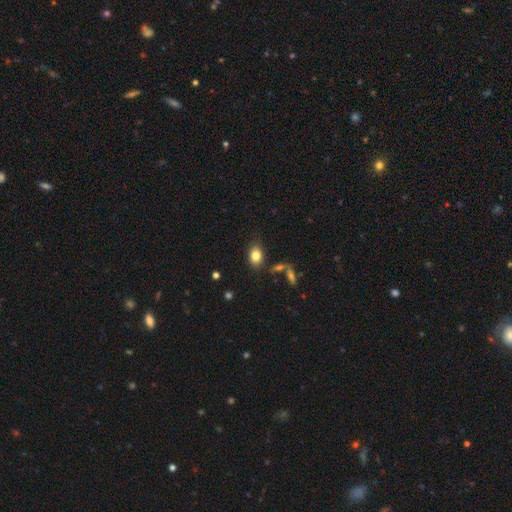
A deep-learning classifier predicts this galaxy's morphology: Overall: smooth (82%). How rounded: in between (79%). Merging: none (78%).